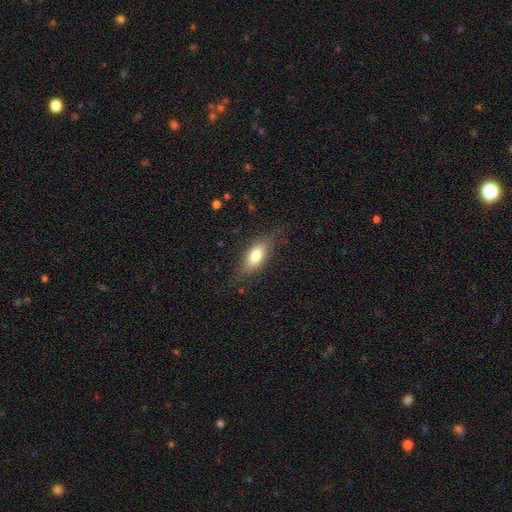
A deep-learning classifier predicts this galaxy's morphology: This is likely a smooth galaxy (71%). How rounded: likely in between (76%). Merging: likely none (75%).